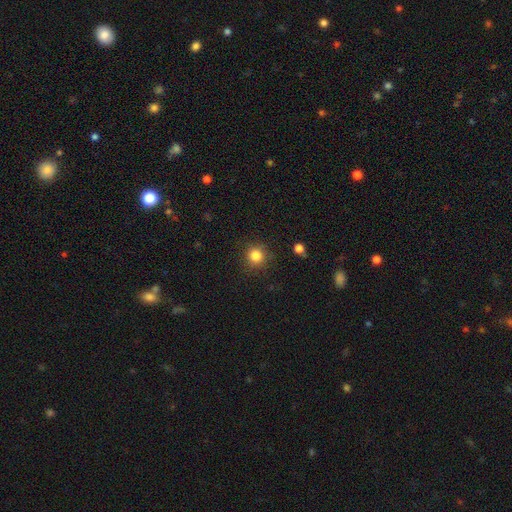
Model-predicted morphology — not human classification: This is clearly a smooth galaxy (83%). How rounded: clearly round (94%). Merging: clearly none (90%).